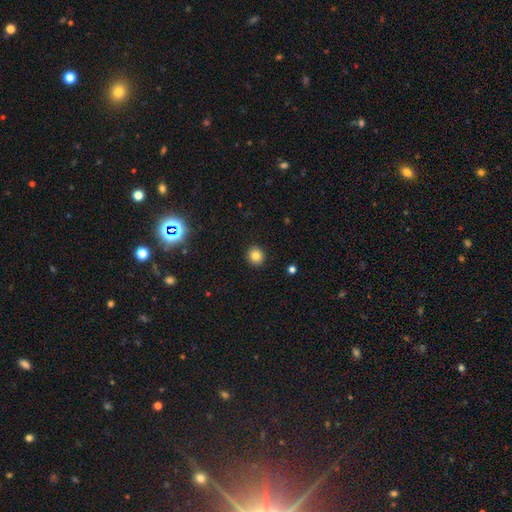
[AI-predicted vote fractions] The model was most divided on "smooth or featured": smooth: 83%, star or artifact: 11%, featured or disk: 6%. More confident: merging — none (92%); how rounded — round (88%).